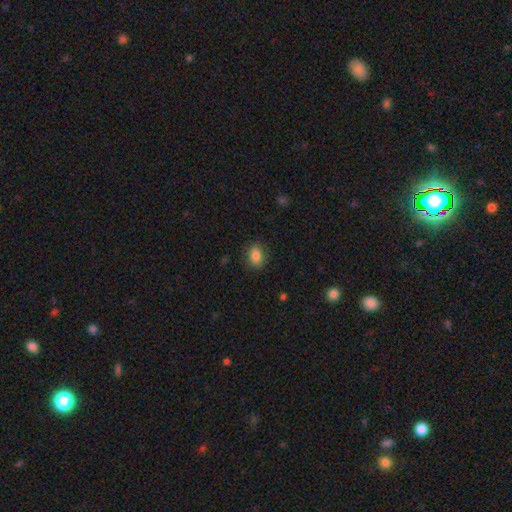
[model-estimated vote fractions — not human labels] smooth-or-featured: smooth: 84% | star or artifact: 9% | featured or disk: 7%
  how-rounded: in between: 70% | round: 28% | cigar-shaped: 1%
  merging: none: 85% | minor disturbance: 11% | major disturbance: 3% | merger: 1%